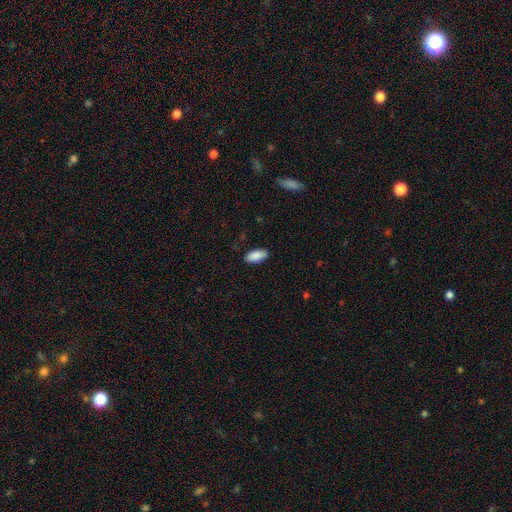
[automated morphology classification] Q: Smooth or featured?
A: smooth (90%); runner-up: star or artifact (6%)
Q: How rounded?
A: in between (90%); runner-up: cigar-shaped (8%)
Q: Merging?
A: none (88%); runner-up: minor disturbance (9%)